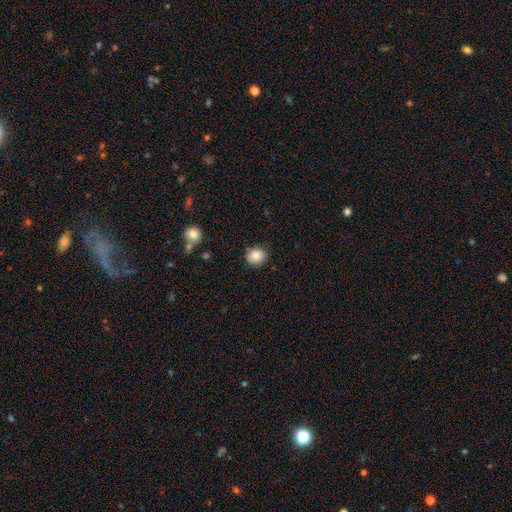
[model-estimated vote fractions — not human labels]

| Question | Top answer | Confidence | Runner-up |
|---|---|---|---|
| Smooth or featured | smooth | 83% | star or artifact (9%) |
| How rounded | round | 79% | in between (20%) |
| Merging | none | 85% | minor disturbance (11%) |